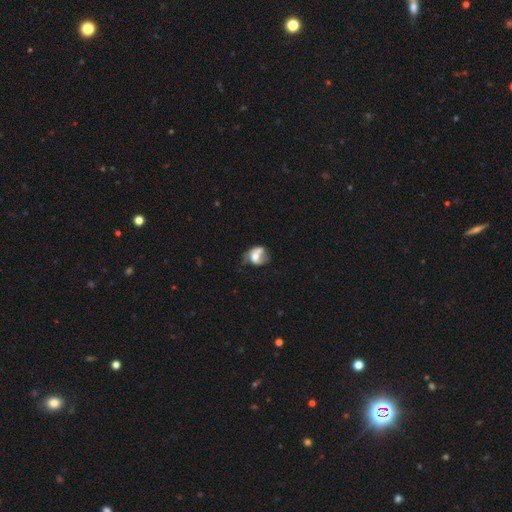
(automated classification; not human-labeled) Smooth or featured? smooth (50%)
How rounded? in between (55%)
Merging? major disturbance (29%)